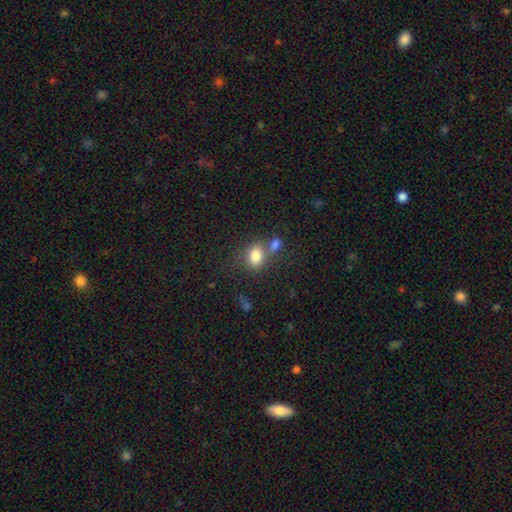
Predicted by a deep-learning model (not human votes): A smooth galaxy with no disk features (81%) that is in between round and cigar-shaped (63%).

Vote fractions:
- Smooth or featured? smooth: 81% / star or artifact: 10% / featured or disk: 9%
- How rounded? in between: 63% / round: 36% / cigar-shaped: 1%
- Merging? none: 48% / merger: 34% / minor disturbance: 13% / major disturbance: 6%